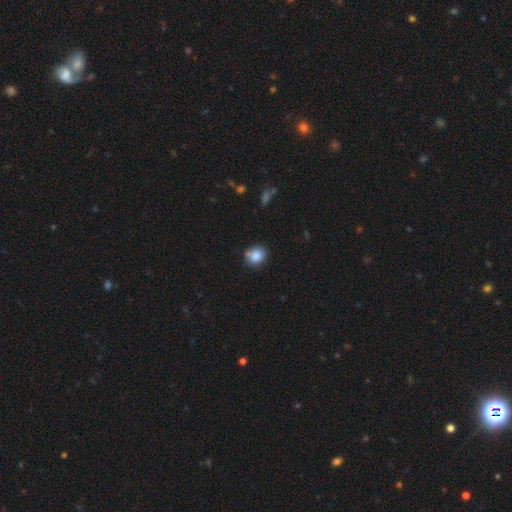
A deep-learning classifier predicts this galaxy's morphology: Overall: smooth (84%). How rounded: round (68%; in between 31%). Merging: none (67%).